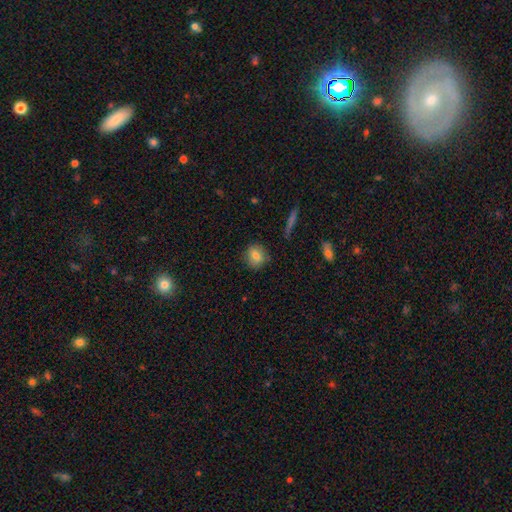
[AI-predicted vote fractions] smooth 78%, featured or disk 13%, star or artifact 9%. Down the decision tree: how rounded — round (80%); merging — none (85%).